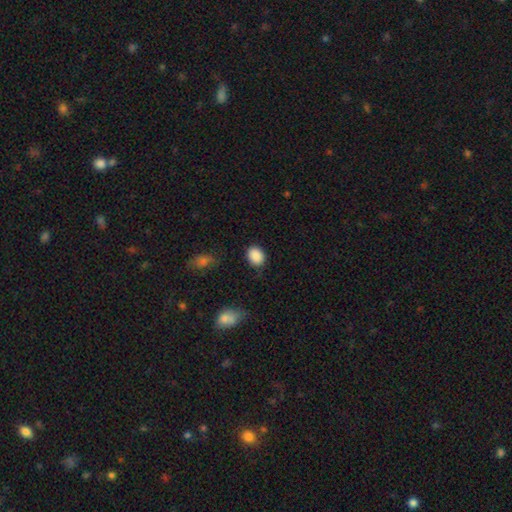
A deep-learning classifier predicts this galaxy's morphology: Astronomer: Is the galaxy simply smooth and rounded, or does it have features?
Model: smooth — 89%.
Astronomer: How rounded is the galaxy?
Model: in between — 57% (runner-up: round, 42%).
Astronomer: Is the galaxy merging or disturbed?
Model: none — 82%.